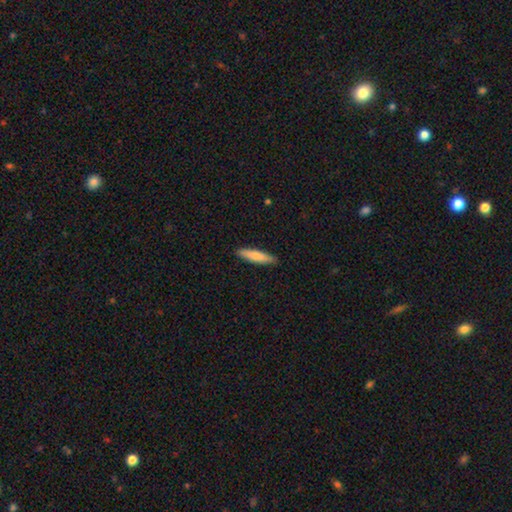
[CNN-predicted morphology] Q: Smooth or featured?
A: smooth (79%); runner-up: featured or disk (16%)
Q: How rounded?
A: cigar-shaped (81%); runner-up: in between (17%)
Q: Merging?
A: none (90%); runner-up: minor disturbance (8%)